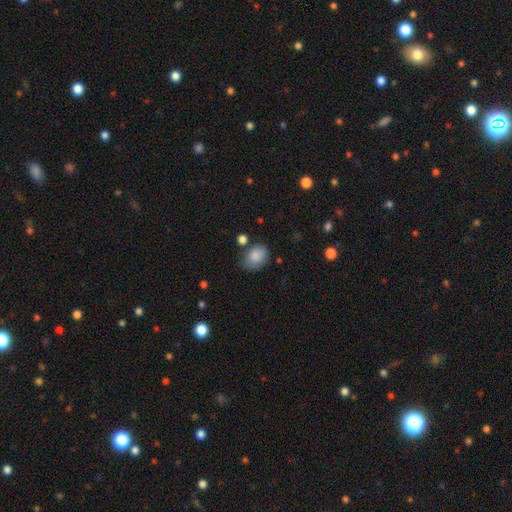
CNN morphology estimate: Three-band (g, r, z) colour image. It shows a smooth galaxy with no disk features (85%) that is in between round and cigar-shaped (64%). Merging: none (63%).